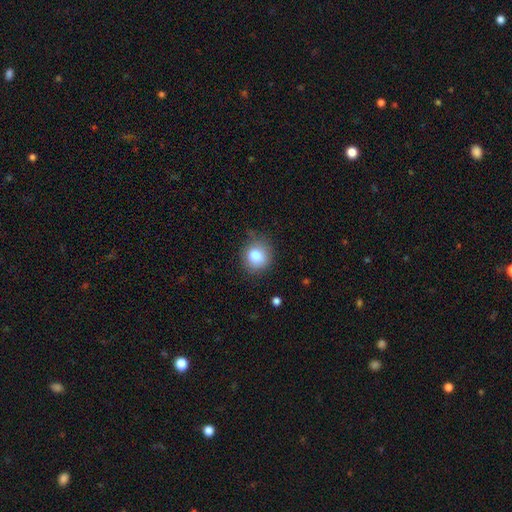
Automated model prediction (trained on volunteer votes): Morphology: type=smooth (82%); roundness=round (85%); merging=none (81%).